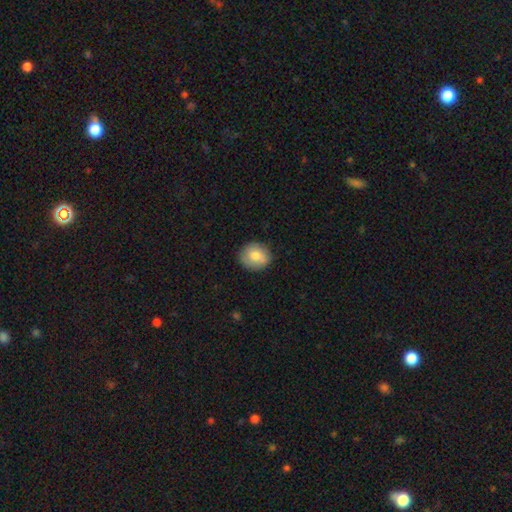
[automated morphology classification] Smooth or featured?
  - smooth: 80% *
  - featured or disk: 13%
  - star or artifact: 7%
How rounded?
  - round: 81% *
  - in between: 18%
  - cigar-shaped: 1%
Merging?
  - none: 84% *
  - minor disturbance: 12%
  - major disturbance: 3%
  - merger: 1%